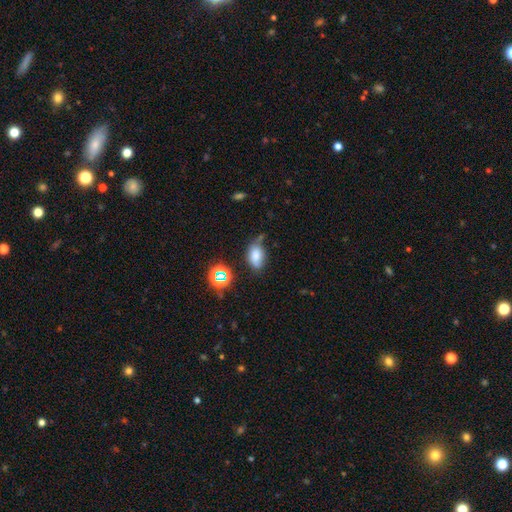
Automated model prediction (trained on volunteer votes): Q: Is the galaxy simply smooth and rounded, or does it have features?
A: smooth — 73%.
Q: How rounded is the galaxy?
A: in between — 85%.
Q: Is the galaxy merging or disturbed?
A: none — 55%.